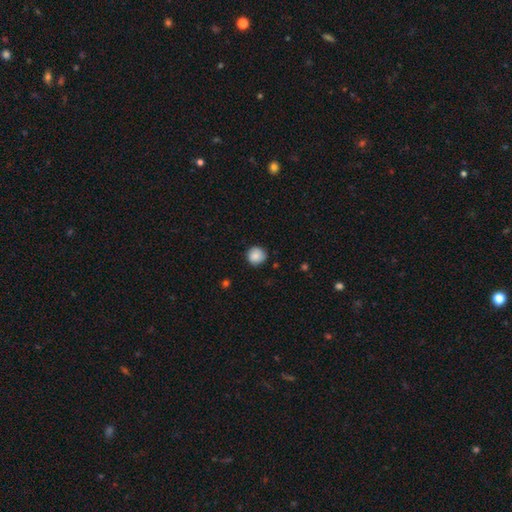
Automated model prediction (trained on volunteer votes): This is clearly a smooth galaxy (83%). How rounded: clearly round (91%). Merging: clearly none (81%).